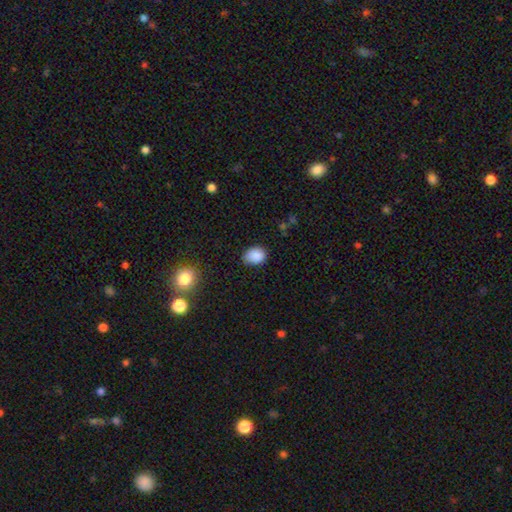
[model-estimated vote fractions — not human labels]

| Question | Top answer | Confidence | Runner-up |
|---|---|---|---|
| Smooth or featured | smooth | 88% | star or artifact (9%) |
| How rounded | in between | 62% | round (38%) |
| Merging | none | 73% | minor disturbance (22%) |